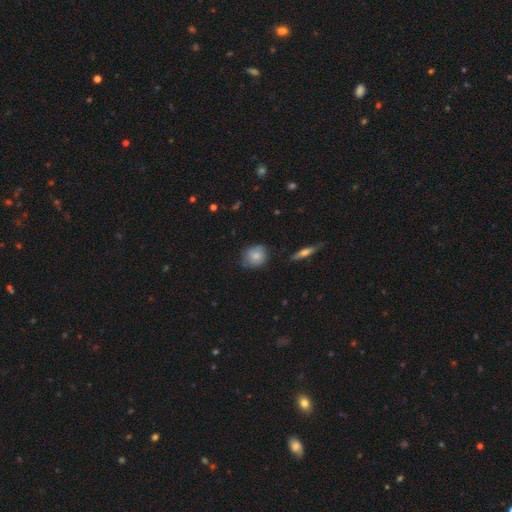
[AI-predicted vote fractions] smooth-or-featured: smooth: 73% | featured or disk: 19% | star or artifact: 8%
  how-rounded: round: 73% | in between: 26% | cigar-shaped: 2%
  merging: none: 67% | minor disturbance: 26% | major disturbance: 5% | merger: 2%